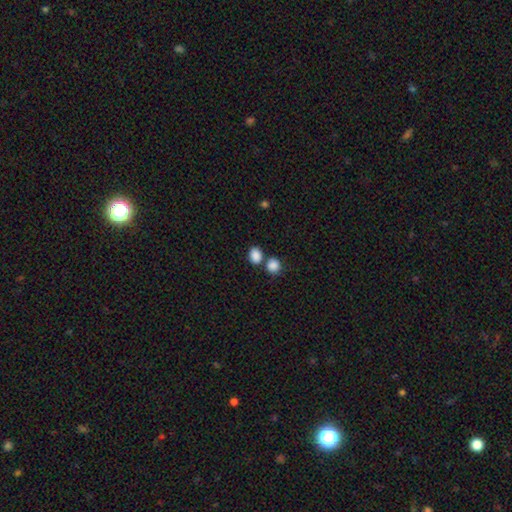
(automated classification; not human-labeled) Smooth or featured: smooth — 87% (star or artifact — 9%)
How rounded: in between — 53% (round — 46%)
Merging: none — 58% (merger — 29%)